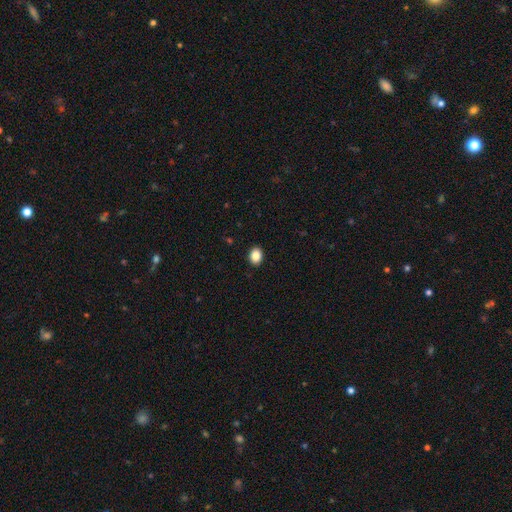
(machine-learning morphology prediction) type=smooth (87%); roundness=in between (60%); merging=none (92%).